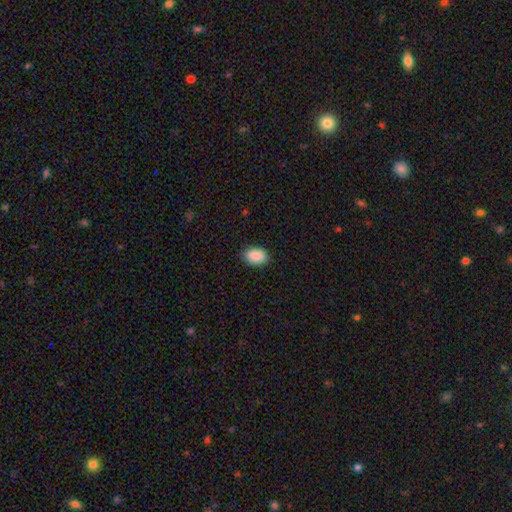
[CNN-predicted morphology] smooth_or_featured: smooth (p=0.90) [alt: star or artifact p=0.07]
how_rounded: in between (p=0.85) [alt: round p=0.14]
merging: none (p=0.87) [alt: minor disturbance p=0.10]